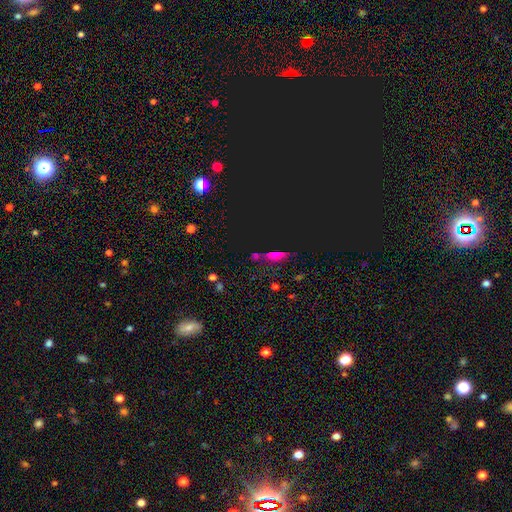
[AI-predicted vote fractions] Overall: star or artifact (55%; smooth 31%).